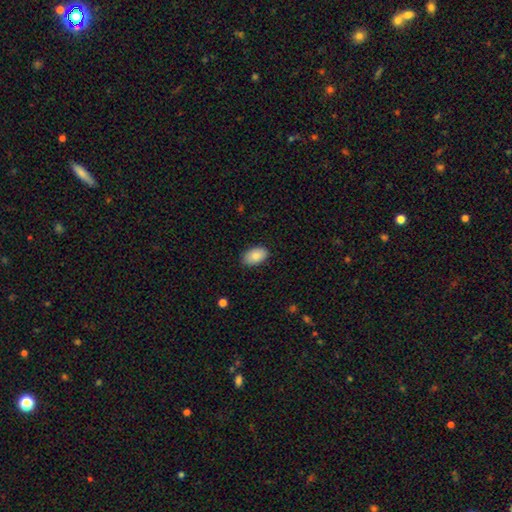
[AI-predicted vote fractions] smooth-or-featured: smooth: 85% | featured or disk: 8% | star or artifact: 7%
  how-rounded: in between: 92% | round: 6% | cigar-shaped: 1%
  merging: none: 85% | minor disturbance: 12% | major disturbance: 2% | merger: 1%